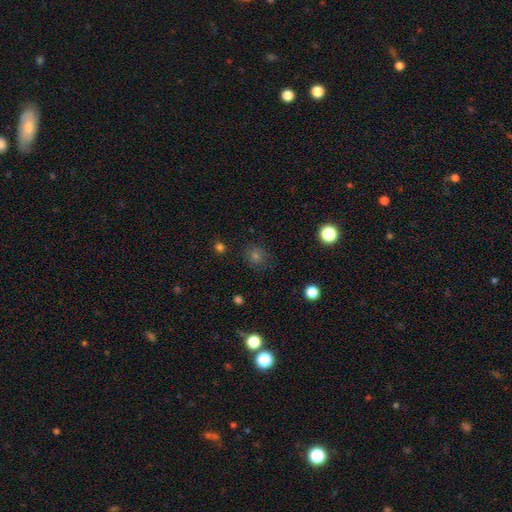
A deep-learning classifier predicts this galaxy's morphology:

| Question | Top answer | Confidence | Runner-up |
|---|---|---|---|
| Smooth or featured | smooth | 63% | star or artifact (29%) |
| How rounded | round | 87% | in between (12%) |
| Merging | none | 85% | minor disturbance (9%) |